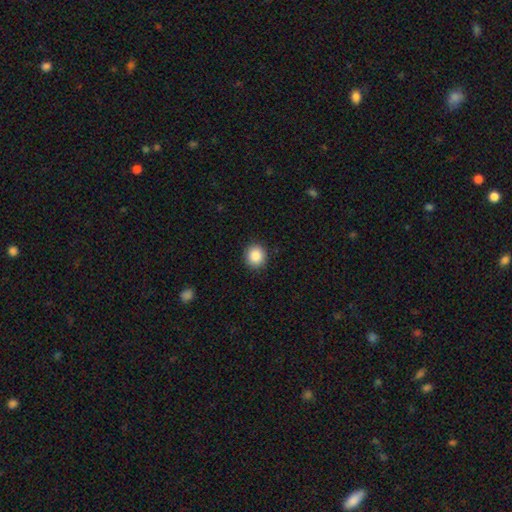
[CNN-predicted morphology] type=smooth (88%); roundness=round (88%); merging=none (91%).